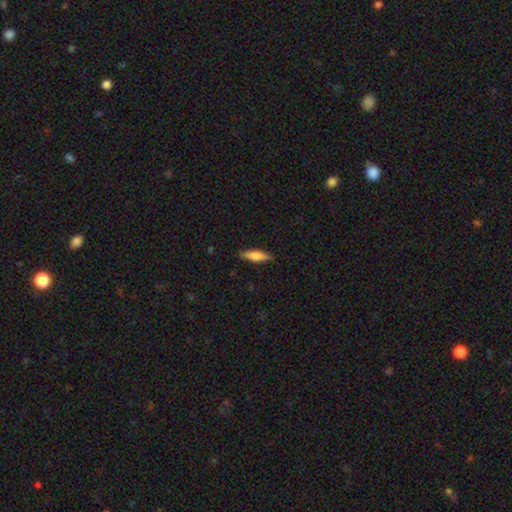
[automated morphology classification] Q: Smooth or featured?
A: smooth (69%); runner-up: featured or disk (25%)
Q: How rounded?
A: cigar-shaped (65%); runner-up: in between (33%)
Q: Merging?
A: none (86%); runner-up: minor disturbance (10%)